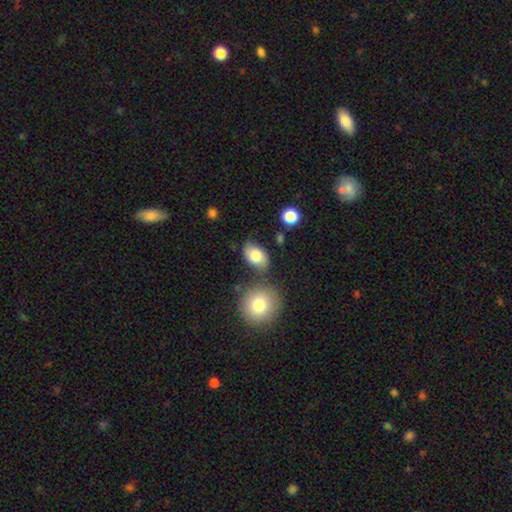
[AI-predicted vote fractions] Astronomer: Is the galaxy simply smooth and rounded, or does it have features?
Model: smooth — 81%.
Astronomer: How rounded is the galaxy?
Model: in between — 86%.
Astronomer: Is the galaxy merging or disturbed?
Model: none — 69%.